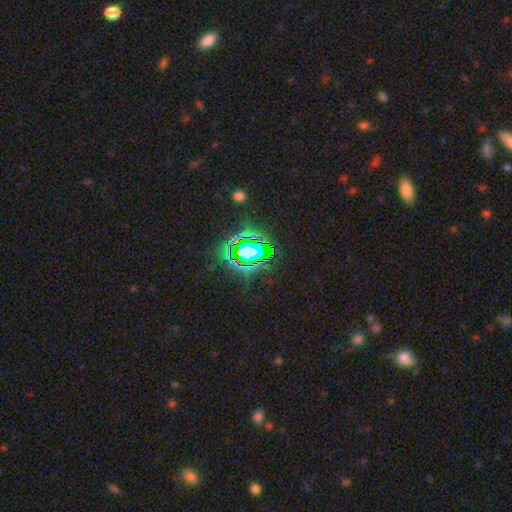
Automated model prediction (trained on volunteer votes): Morphology: type=star or artifact (76%).